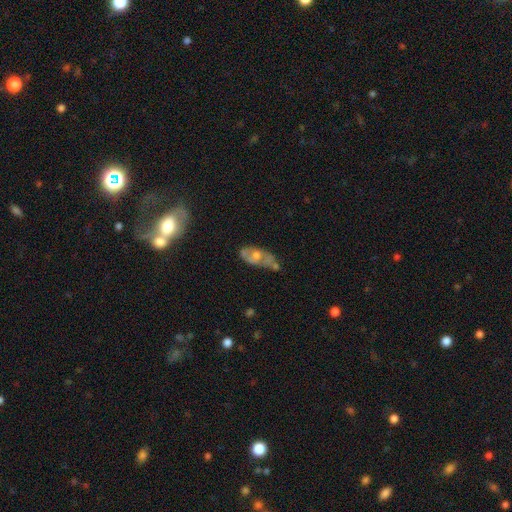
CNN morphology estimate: This is possibly a featured or disk galaxy (59%). It is clearly not viewed edge-on (86%). Bar: clearly no (80%). Spiral arm pattern: likely no (60%). Central bulge: possibly moderate (59%). Merging: possibly none (50%).